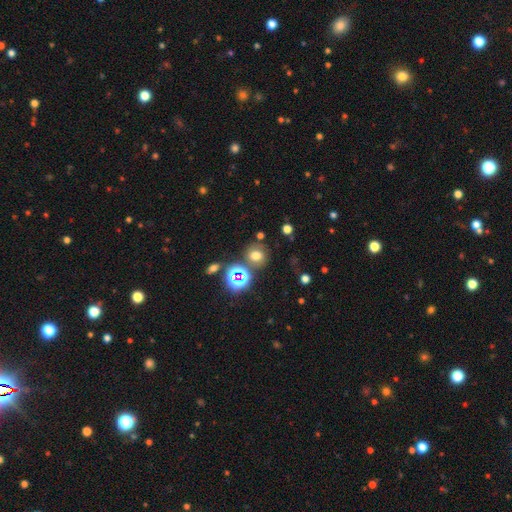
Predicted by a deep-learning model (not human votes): Smooth or featured? Predicted: smooth (p=0.61). How rounded? Predicted: round (p=0.79). Merging? Predicted: none (p=0.70).